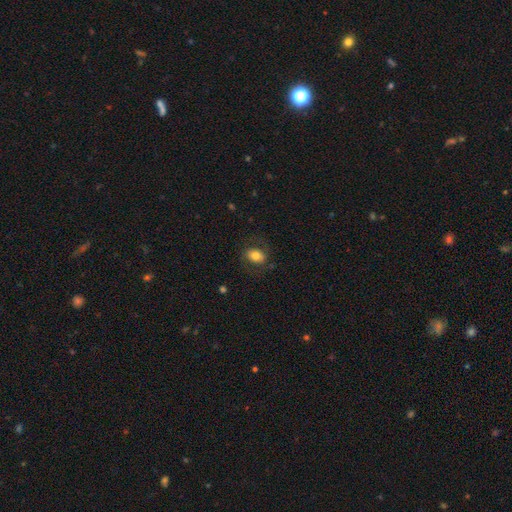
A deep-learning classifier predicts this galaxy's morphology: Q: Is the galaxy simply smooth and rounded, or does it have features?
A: smooth — 72%.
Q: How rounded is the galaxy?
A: in between — 68%.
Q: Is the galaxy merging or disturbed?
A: none — 75%.